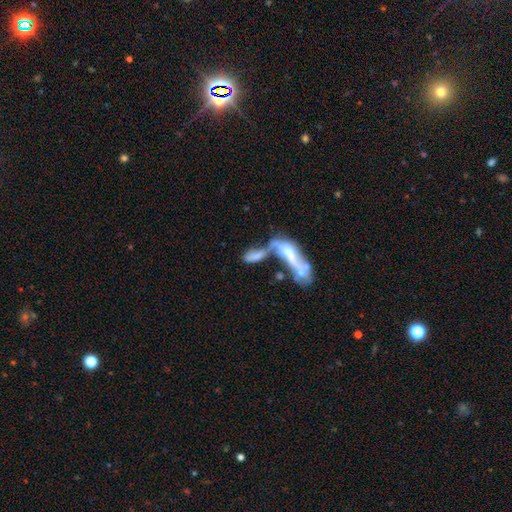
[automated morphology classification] This is possibly a smooth galaxy (50%). How rounded: possibly in between (58%). Merging: likely merger (72%).